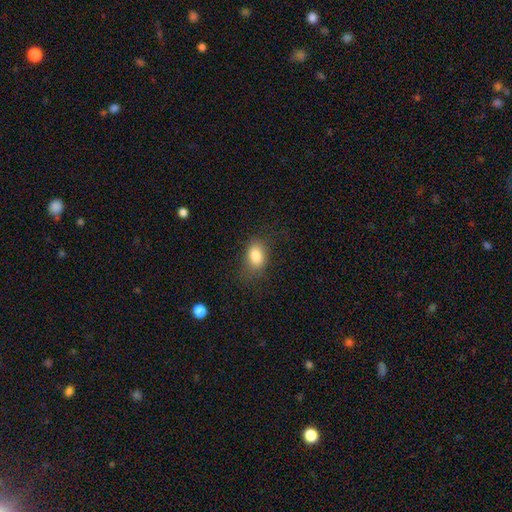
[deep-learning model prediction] Overall: smooth (83%). How rounded: in between (81%). Merging: none (67%).